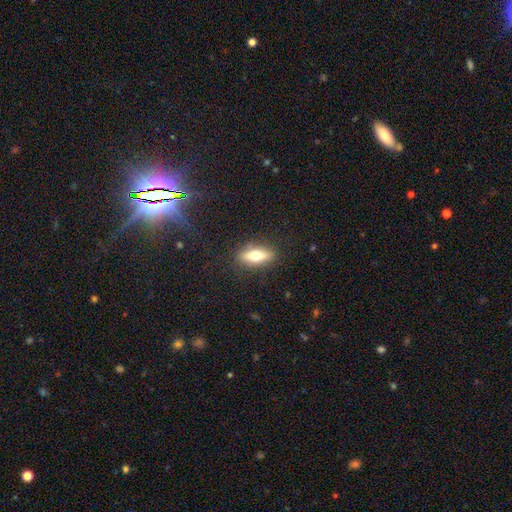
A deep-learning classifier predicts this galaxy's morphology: This appears to be a smooth galaxy with no disk features (57%) that is in between round and cigar-shaped (58%). Merging: none (87%).